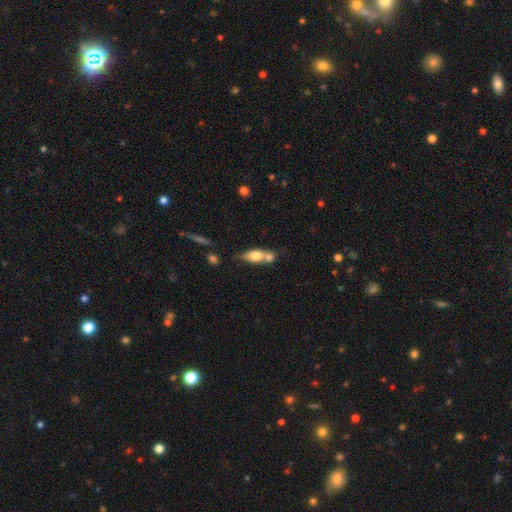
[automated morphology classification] smooth-or-featured: smooth: 70% | featured or disk: 22% | star or artifact: 8%
  how-rounded: in between: 71% | cigar-shaped: 20% | round: 9%
  merging: merger: 53% | none: 32% | minor disturbance: 10% | major disturbance: 4%